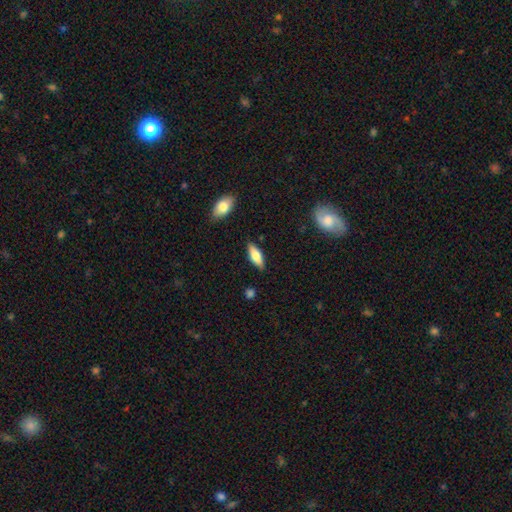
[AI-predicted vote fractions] This is likely a smooth galaxy (68%). How rounded: likely in between (69%). Merging: clearly none (86%).